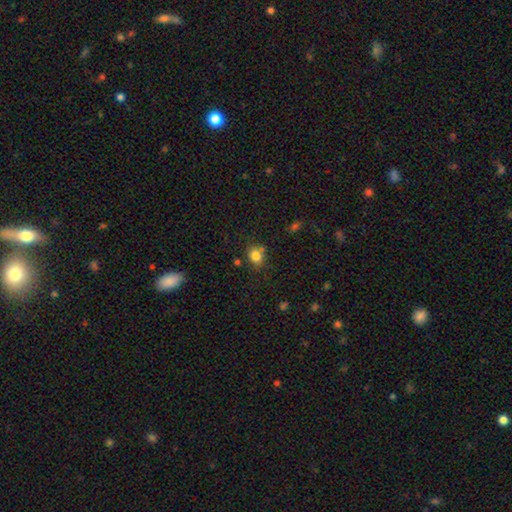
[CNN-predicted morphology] The model was most divided on "how rounded": round: 58%, in between: 41%, cigar-shaped: 1%. More confident: smooth or featured — smooth (81%); merging — none (70%).